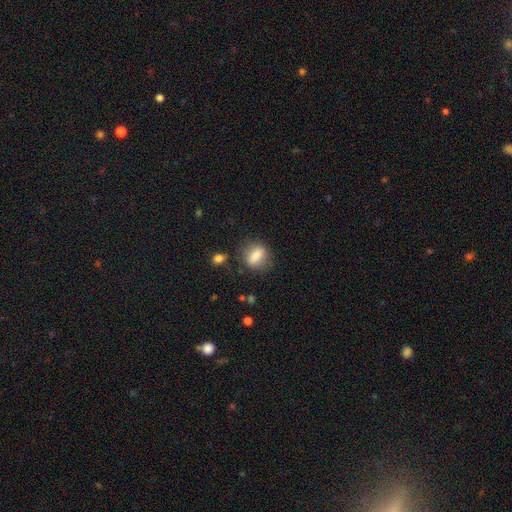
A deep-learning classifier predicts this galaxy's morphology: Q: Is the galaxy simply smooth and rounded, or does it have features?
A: smooth — 82%.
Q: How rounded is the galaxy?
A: in between — 63%.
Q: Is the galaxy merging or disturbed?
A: none — 74%.